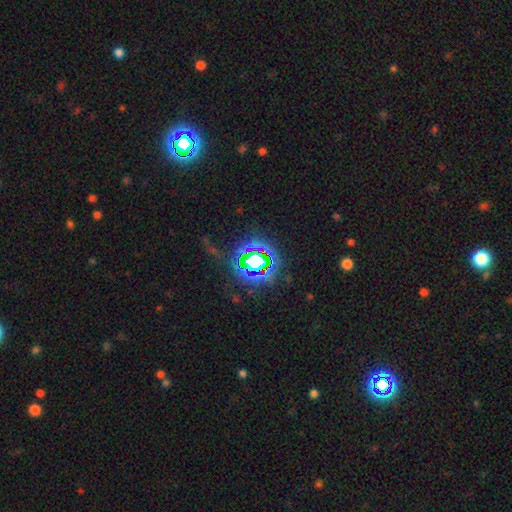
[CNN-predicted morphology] Smooth or featured? star or artifact (71%)